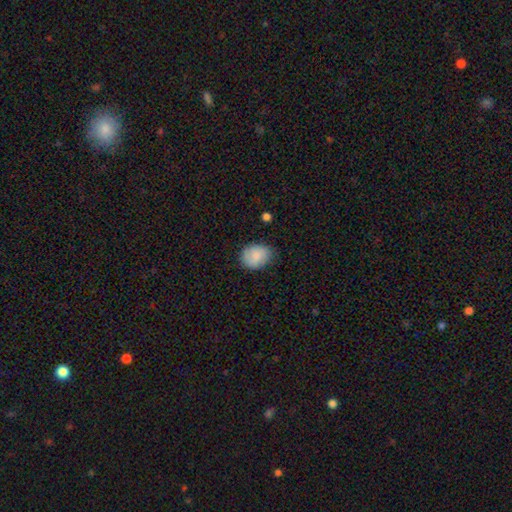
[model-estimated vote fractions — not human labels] This appears to be a smooth galaxy with no disk features (85%) that is in between round and cigar-shaped (58%). Merging: none (73%).